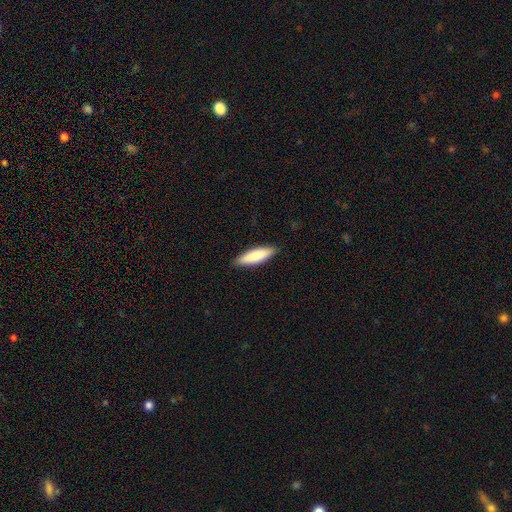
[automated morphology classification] A smooth galaxy with no disk features (81%) that is cigar-shaped (63%).

Vote fractions:
- Smooth or featured? smooth: 81% / featured or disk: 13% / star or artifact: 5%
- How rounded? cigar-shaped: 63% / in between: 35% / round: 1%
- Merging? none: 88% / minor disturbance: 9% / major disturbance: 2% / merger: 1%